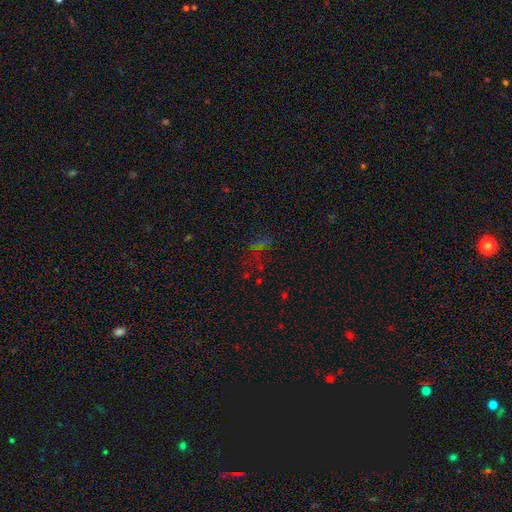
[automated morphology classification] smooth_or_featured: star or artifact (p=0.52) [alt: smooth p=0.32]